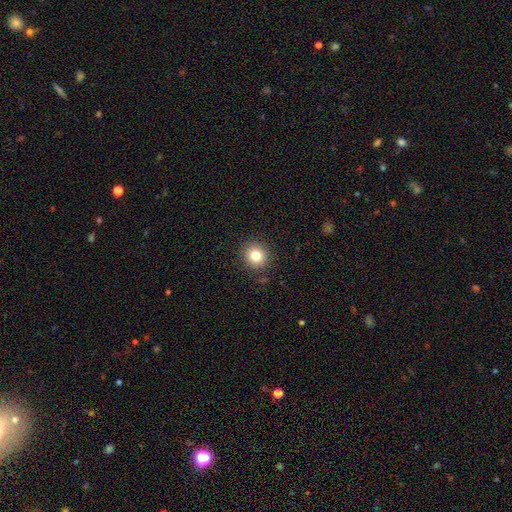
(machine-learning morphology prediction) The model was most divided on "smooth or featured": smooth: 81%, star or artifact: 11%, featured or disk: 7%. More confident: merging — none (90%); how rounded — round (89%).